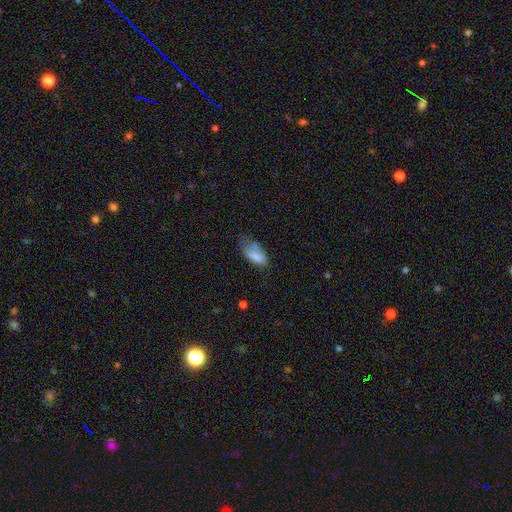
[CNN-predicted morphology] Smooth or featured: smooth — 79% (featured or disk — 13%)
How rounded: in between — 89% (cigar-shaped — 8%)
Merging: minor disturbance — 39% (none — 34%)